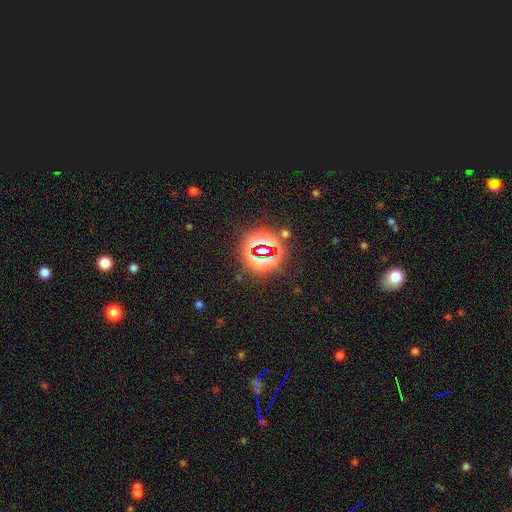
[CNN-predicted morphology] type=star or artifact (83%).